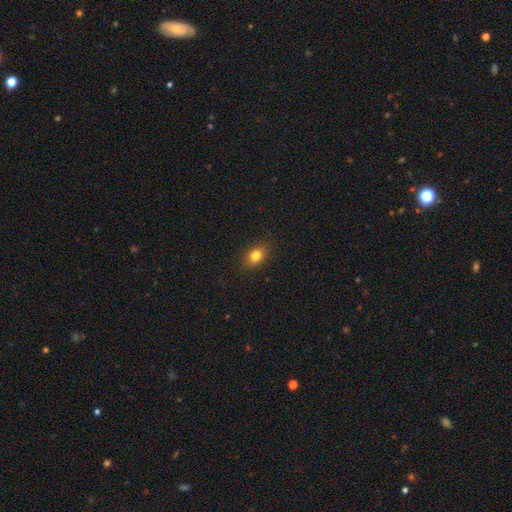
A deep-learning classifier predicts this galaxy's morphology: The model was most divided on "how rounded": in between: 71%, round: 27%, cigar-shaped: 2%. More confident: merging — none (87%); smooth or featured — smooth (80%).